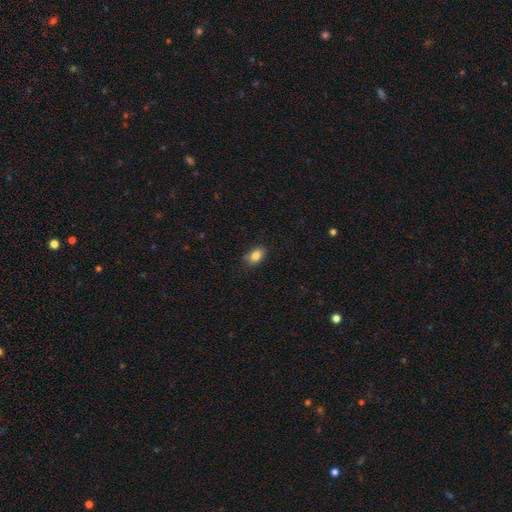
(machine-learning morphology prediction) type=smooth (83%); roundness=in between (81%); merging=none (79%).